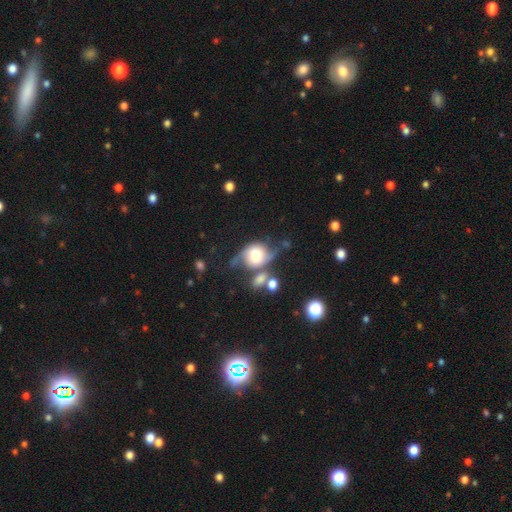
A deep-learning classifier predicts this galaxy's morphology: Q: Smooth or featured?
A: featured or disk (53%); runner-up: smooth (38%)
Q: Edge-on disk?
A: no (93%); runner-up: yes (7%)
Q: Merging?
A: none (39%); runner-up: minor disturbance (23%)